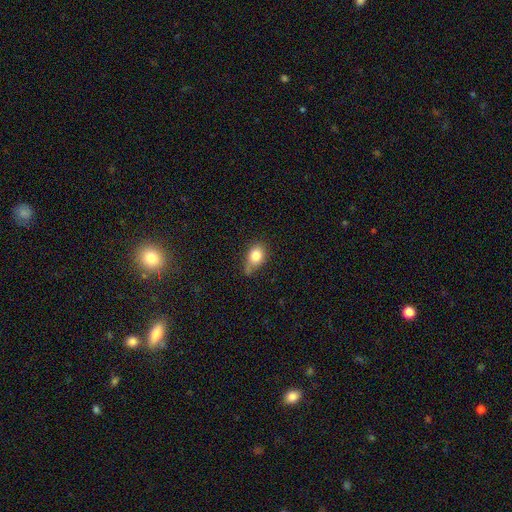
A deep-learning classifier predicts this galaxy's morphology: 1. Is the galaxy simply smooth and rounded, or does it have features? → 81% smooth, 10% featured or disk, 9% star or artifact.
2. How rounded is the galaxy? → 62% in between, 36% round, 2% cigar-shaped.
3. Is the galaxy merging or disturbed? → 46% none, 37% minor disturbance, 11% major disturbance, 6% merger.